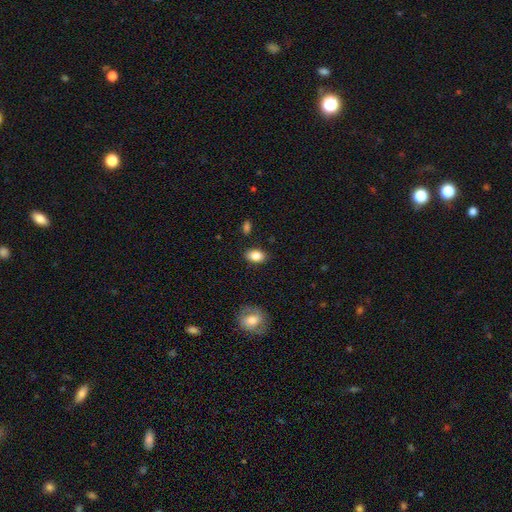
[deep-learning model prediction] A smooth galaxy with no disk features (82%) that is in between round and cigar-shaped (84%).

Vote fractions:
- Smooth or featured? smooth: 82% / featured or disk: 10% / star or artifact: 8%
- How rounded? in between: 84% / round: 15% / cigar-shaped: 2%
- Merging? none: 86% / minor disturbance: 10% / major disturbance: 2% / merger: 2%